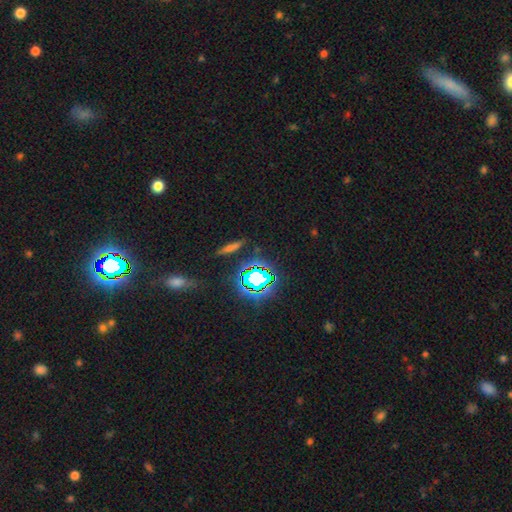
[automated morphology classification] Smooth or featured? Predicted: star or artifact (p=0.77).